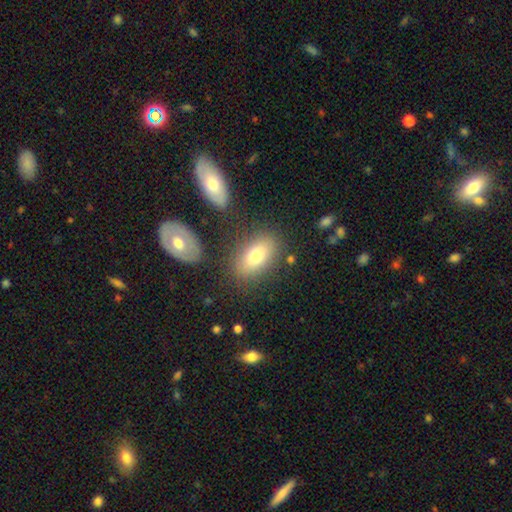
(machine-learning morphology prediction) This appears to be a smooth galaxy with no disk features (74%) that is in between round and cigar-shaped (87%). Merging: none (77%).